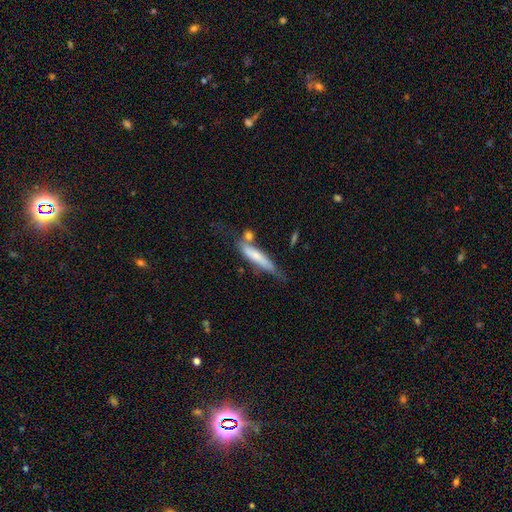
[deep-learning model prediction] Smooth or featured: smooth — 59% (featured or disk — 35%)
How rounded: cigar-shaped — 84% (in between — 15%)
Merging: none — 43% (minor disturbance — 26%)